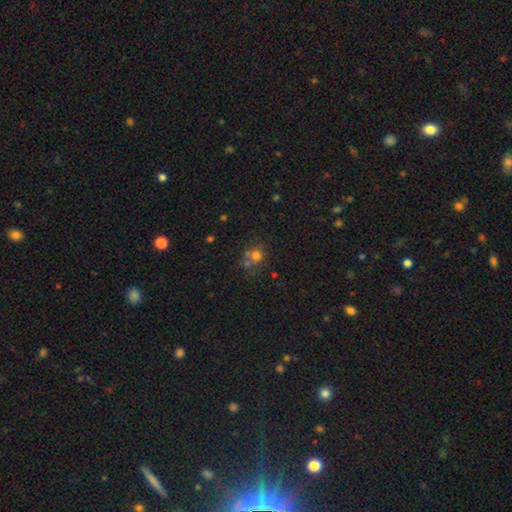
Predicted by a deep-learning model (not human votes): smooth-or-featured: smooth: 66% | star or artifact: 18% | featured or disk: 16%
  how-rounded: round: 80% | in between: 19% | cigar-shaped: 1%
  merging: none: 49% | merger: 31% | minor disturbance: 13% | major disturbance: 7%